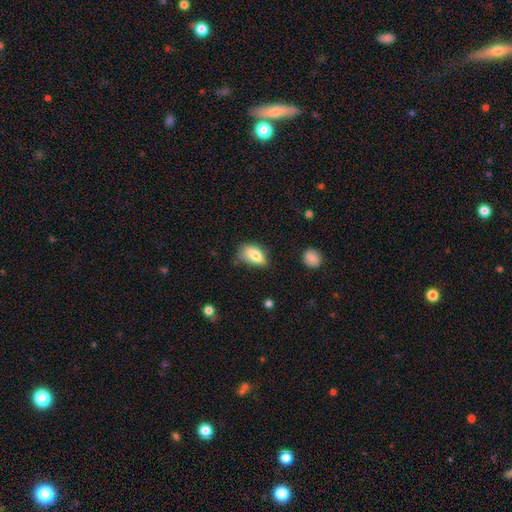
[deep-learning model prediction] Overall: smooth (75%). How rounded: in between (86%). Merging: none (55%; minor disturbance 33%).